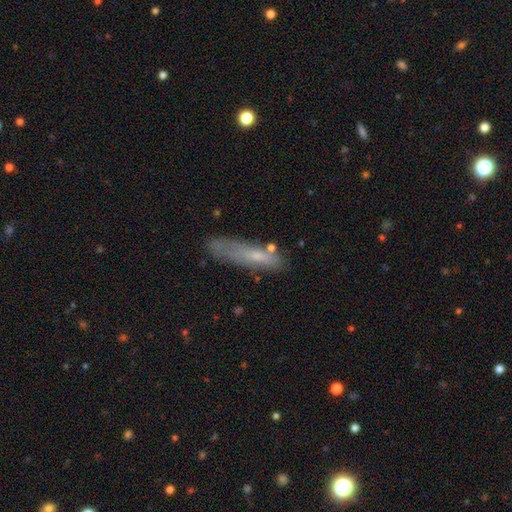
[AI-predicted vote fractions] Morphology: type=smooth (60%); roundness=cigar-shaped (76%); merging=none (60%).